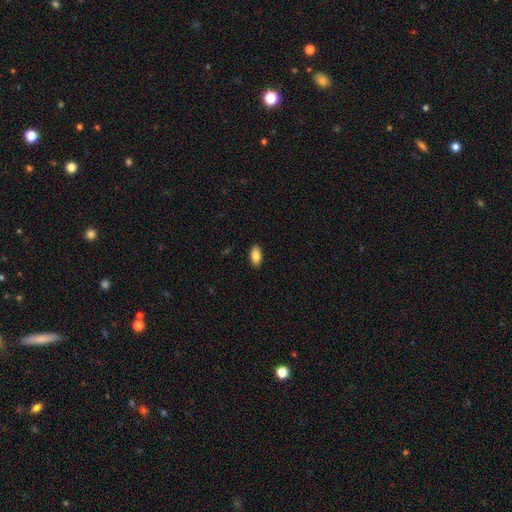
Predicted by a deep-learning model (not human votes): Smooth or featured?
  - smooth: 84% *
  - featured or disk: 9%
  - star or artifact: 7%
How rounded?
  - in between: 93% *
  - round: 4%
  - cigar-shaped: 4%
Merging?
  - none: 90% *
  - minor disturbance: 7%
  - major disturbance: 2%
  - merger: 1%